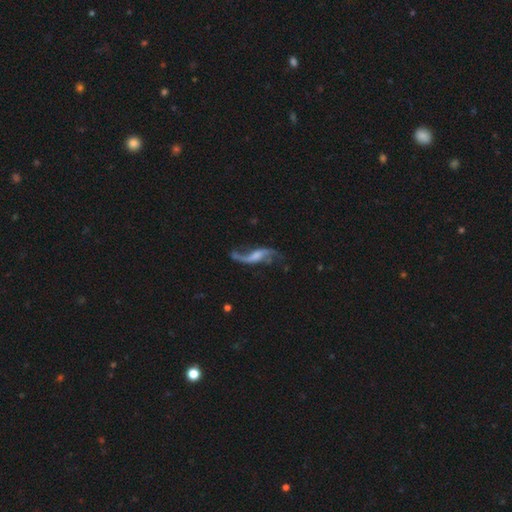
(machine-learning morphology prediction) The model was most divided on "bar": no: 42%, weak: 41%, strong: 18%. Remaining: spiral arms — yes (93%); edge-on disk — no (90%); spiral winding — loose (90%); spiral arm count — 2 (89%); smooth or featured — featured or disk (83%); merging — none (60%); bulge size — small (31%).